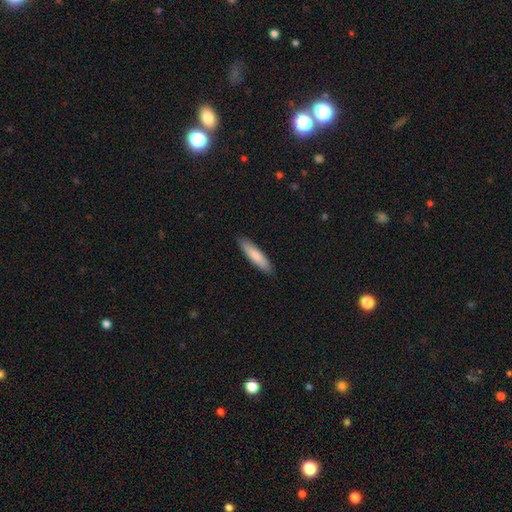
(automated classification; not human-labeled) Smooth or featured?
  - smooth: 82% *
  - featured or disk: 13%
  - star or artifact: 5%
How rounded?
  - cigar-shaped: 78% *
  - in between: 20%
  - round: 1%
Merging?
  - none: 89% *
  - minor disturbance: 9%
  - major disturbance: 2%
  - merger: 1%